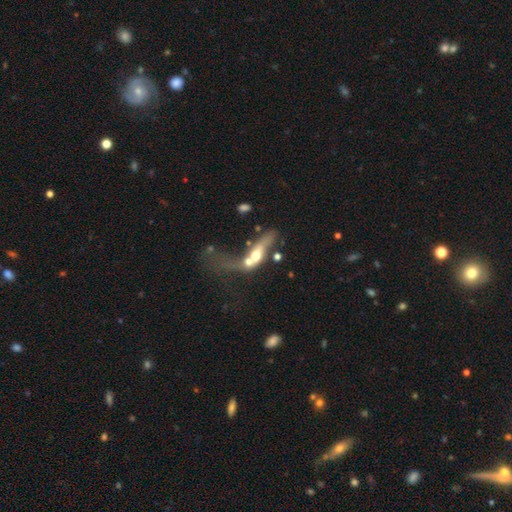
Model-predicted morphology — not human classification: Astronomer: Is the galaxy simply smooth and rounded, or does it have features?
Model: smooth — 46% (runner-up: featured or disk, 45%).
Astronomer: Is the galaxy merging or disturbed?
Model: merger — 56%.